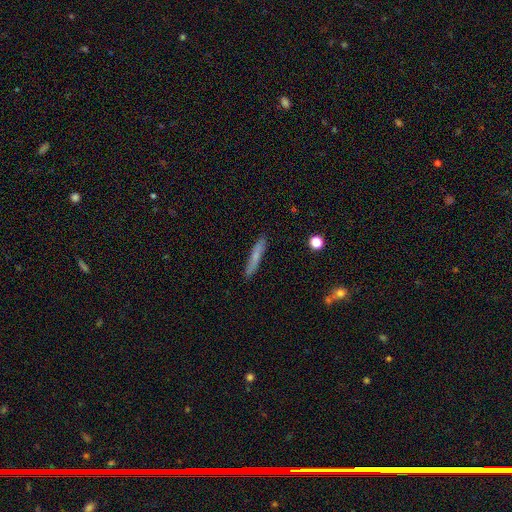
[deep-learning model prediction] Smooth or featured: smooth — 66% (featured or disk — 27%)
How rounded: cigar-shaped — 94% (in between — 5%)
Merging: none — 87% (minor disturbance — 10%)